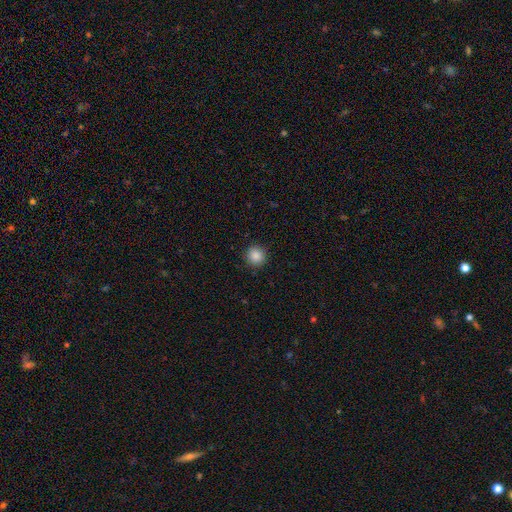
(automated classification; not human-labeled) Q: Smooth or featured?
A: smooth (87%); runner-up: star or artifact (10%)
Q: How rounded?
A: round (94%); runner-up: in between (5%)
Q: Merging?
A: none (92%); runner-up: minor disturbance (5%)